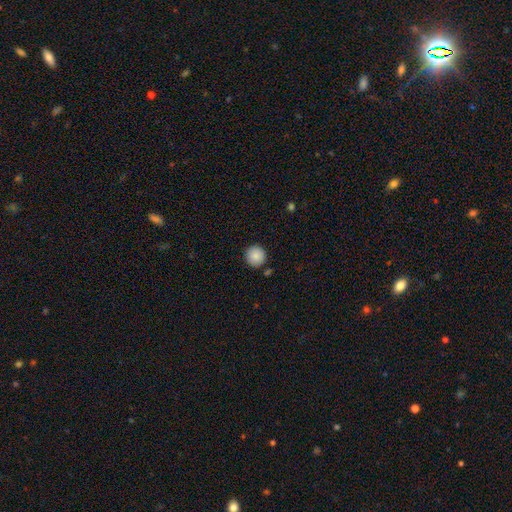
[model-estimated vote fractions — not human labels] smooth_or_featured: smooth (p=0.87) [alt: star or artifact p=0.08]
how_rounded: round (p=0.96) [alt: in between p=0.03]
merging: none (p=0.90) [alt: minor disturbance p=0.06]